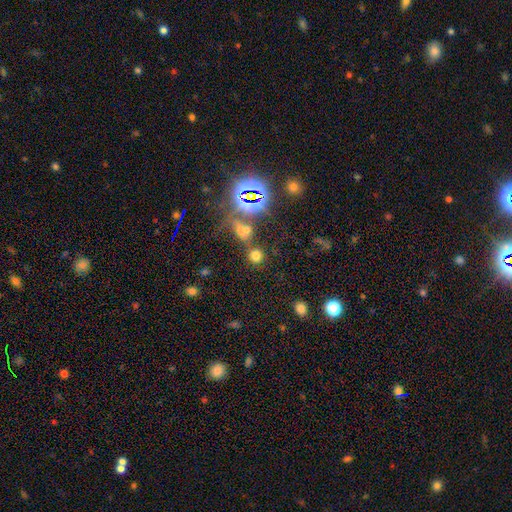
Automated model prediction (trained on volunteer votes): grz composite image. It shows a smooth galaxy with no disk features (63%) that is round (86%). Merging: none (70%).